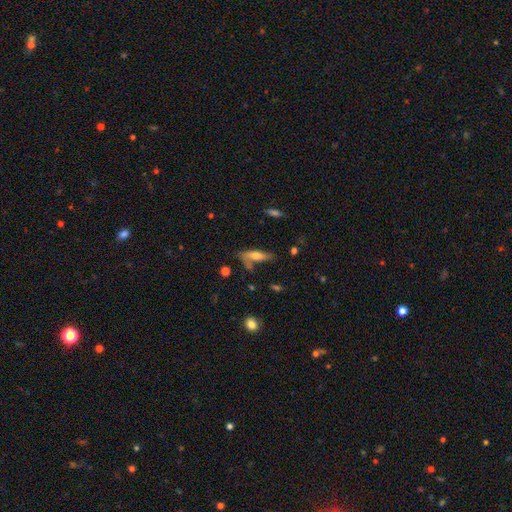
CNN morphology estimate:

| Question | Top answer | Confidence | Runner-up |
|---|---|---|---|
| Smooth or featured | smooth | 61% | featured or disk (31%) |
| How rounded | cigar-shaped | 52% | in between (46%) |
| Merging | none | 45% | minor disturbance (27%) |